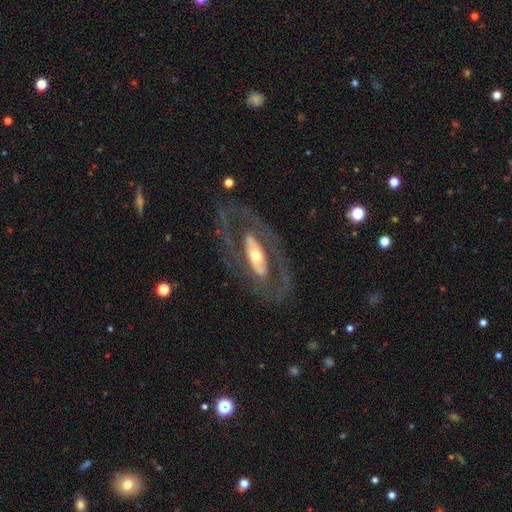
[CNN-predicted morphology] Smooth or featured? Predicted: featured or disk (p=0.79). Edge-on disk? Predicted: no (p=0.86). Bar? Predicted: no (p=0.51). Spiral arms? Predicted: yes (p=0.58). Bulge size? Predicted: moderate (p=0.59). Merging? Predicted: none (p=0.68).